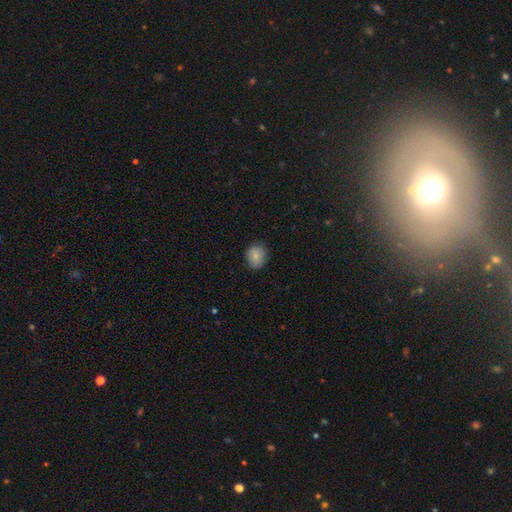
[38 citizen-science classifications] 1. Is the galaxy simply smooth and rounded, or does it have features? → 87% smooth, 8% star or artifact, 5% featured or disk.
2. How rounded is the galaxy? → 64% round, 36% in between, 0% cigar-shaped.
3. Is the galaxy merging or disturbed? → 89% none, 11% minor disturbance, 0% major disturbance, 0% merger.